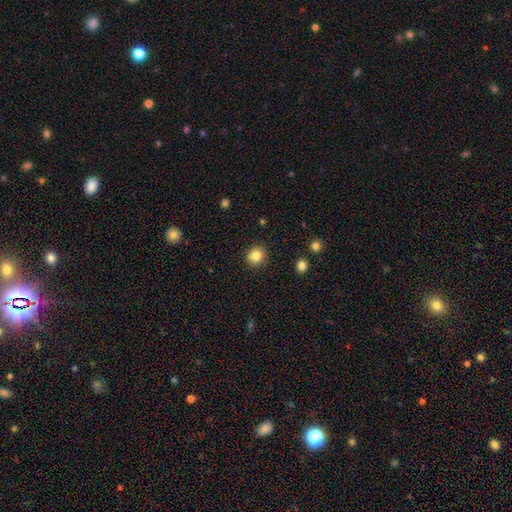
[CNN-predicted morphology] A smooth galaxy with no disk features (83%) that is round (85%). Merging: none (90%).